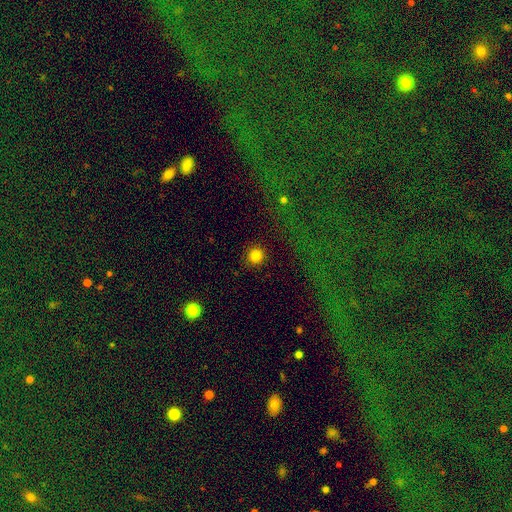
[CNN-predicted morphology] Smooth or featured? Predicted: smooth (p=0.84). How rounded? Predicted: round (p=0.94). Merging? Predicted: none (p=0.91).